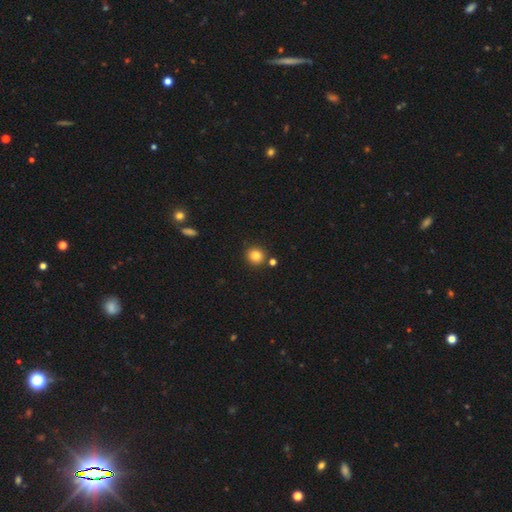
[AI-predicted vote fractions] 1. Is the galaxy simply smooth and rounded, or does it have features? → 83% smooth, 12% star or artifact, 6% featured or disk.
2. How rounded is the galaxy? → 90% round, 9% in between, 1% cigar-shaped.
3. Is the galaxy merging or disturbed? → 85% none, 7% minor disturbance, 6% merger, 2% major disturbance.